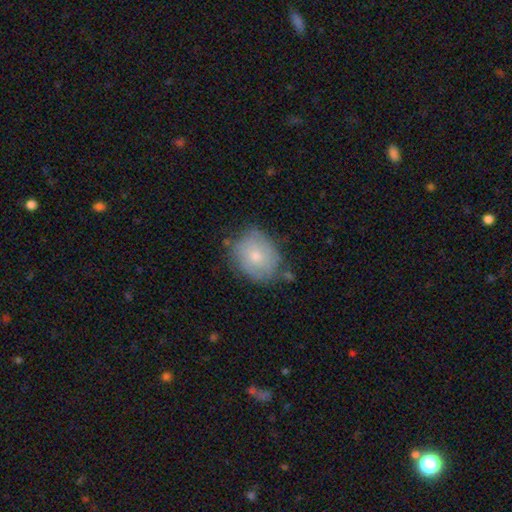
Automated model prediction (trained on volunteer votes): This is likely a smooth galaxy (61%). How rounded: possibly round (56%). Merging: likely none (64%).